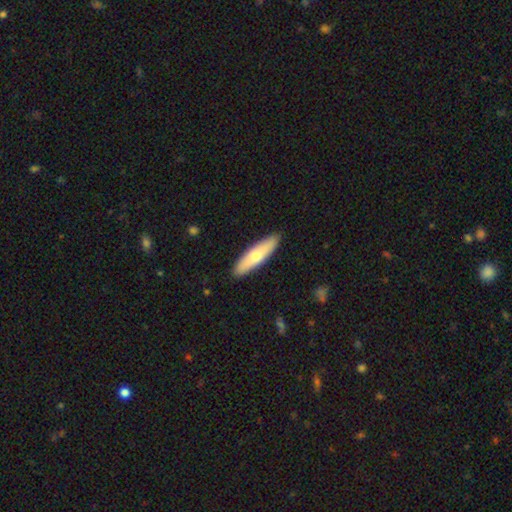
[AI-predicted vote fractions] Smooth or featured? smooth (65%)
How rounded? cigar-shaped (68%)
Merging? none (90%)